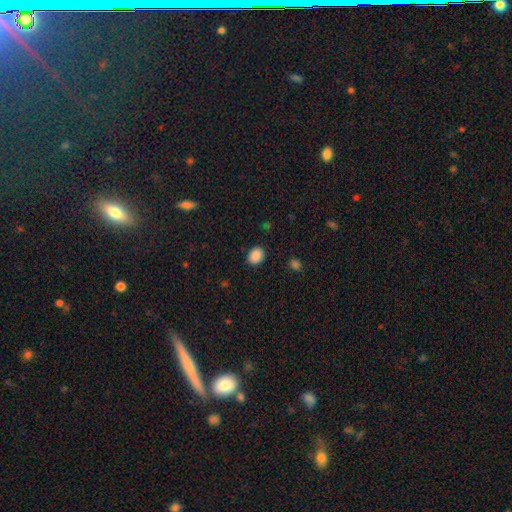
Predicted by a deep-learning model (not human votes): Smooth or featured?
  - smooth: 88% *
  - star or artifact: 9%
  - featured or disk: 3%
How rounded?
  - in between: 56% *
  - round: 43%
  - cigar-shaped: 1%
Merging?
  - none: 88% *
  - minor disturbance: 8%
  - major disturbance: 2%
  - merger: 1%